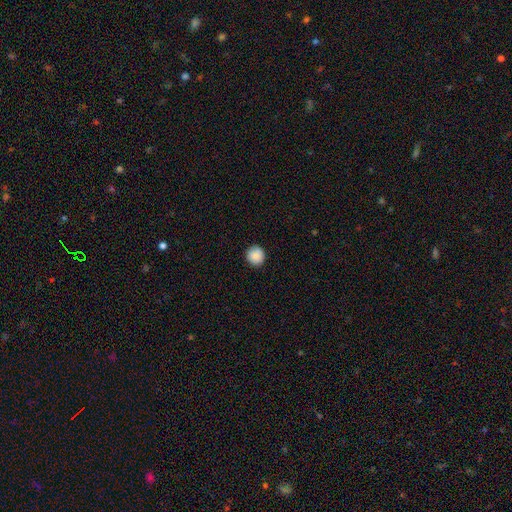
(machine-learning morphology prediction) Smooth or featured: smooth — 88% (star or artifact — 8%)
How rounded: round — 94% (in between — 5%)
Merging: none — 91% (minor disturbance — 6%)